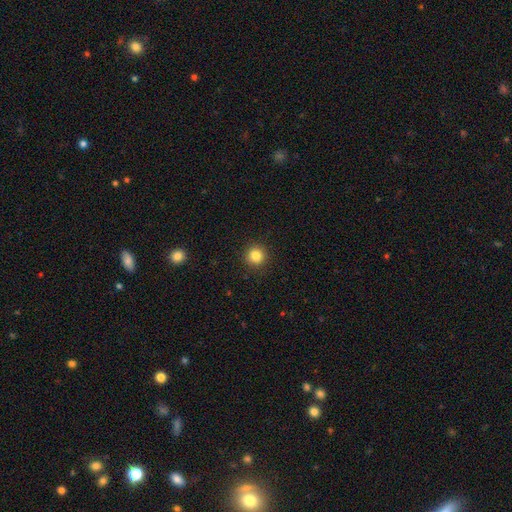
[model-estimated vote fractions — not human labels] smooth-or-featured: smooth: 83% | star or artifact: 11% | featured or disk: 5%
  how-rounded: round: 94% | in between: 5% | cigar-shaped: 1%
  merging: none: 92% | minor disturbance: 5% | major disturbance: 2% | merger: 1%